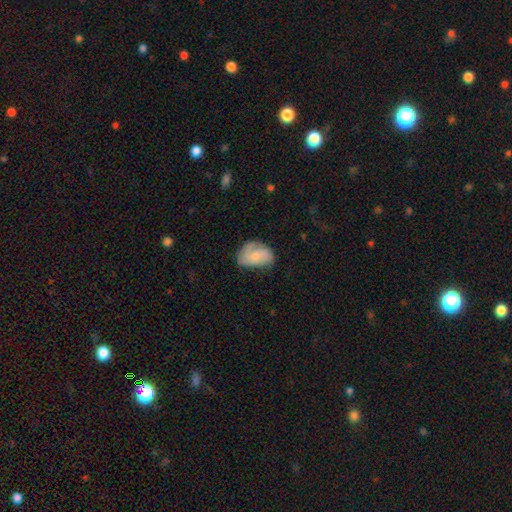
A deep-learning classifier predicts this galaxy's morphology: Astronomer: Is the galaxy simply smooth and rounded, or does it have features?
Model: smooth — 54% (runner-up: featured or disk, 39%).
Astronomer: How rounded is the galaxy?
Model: in between — 82%.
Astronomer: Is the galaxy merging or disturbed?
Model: none — 54% (runner-up: minor disturbance, 31%).